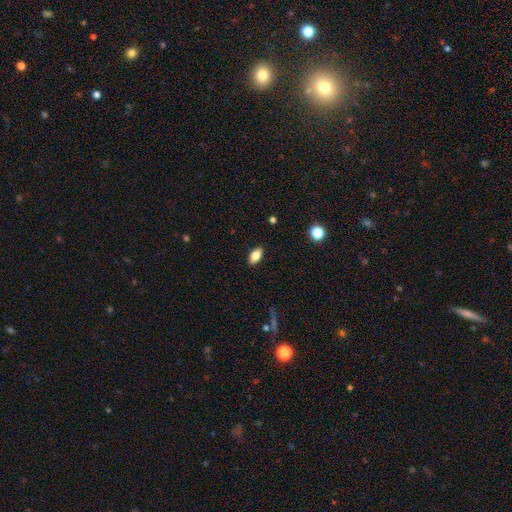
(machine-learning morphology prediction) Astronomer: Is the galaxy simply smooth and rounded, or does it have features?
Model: smooth — 81%.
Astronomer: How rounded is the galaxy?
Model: in between — 91%.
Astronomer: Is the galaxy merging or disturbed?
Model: none — 89%.